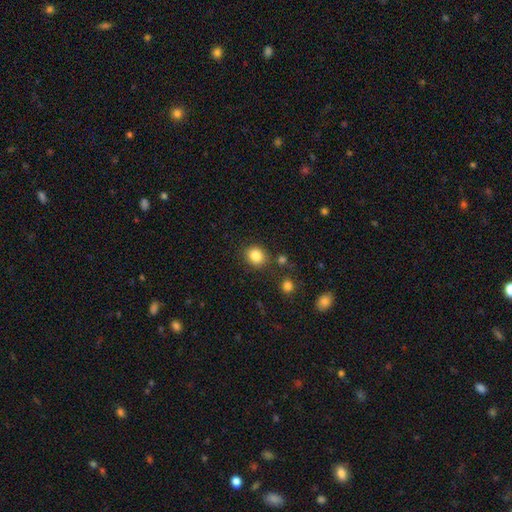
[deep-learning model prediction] This is clearly a smooth galaxy (84%). How rounded: likely round (67%). Merging: likely none (79%).